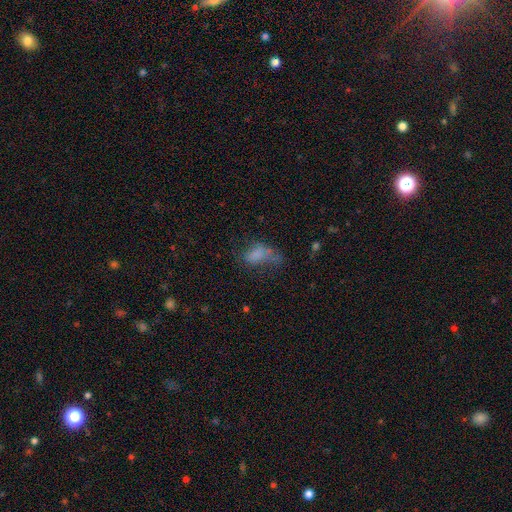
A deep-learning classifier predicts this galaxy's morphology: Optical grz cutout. It shows a smooth galaxy with no disk features (61%) that is in between round and cigar-shaped (84%). Merging: major disturbance (37%).